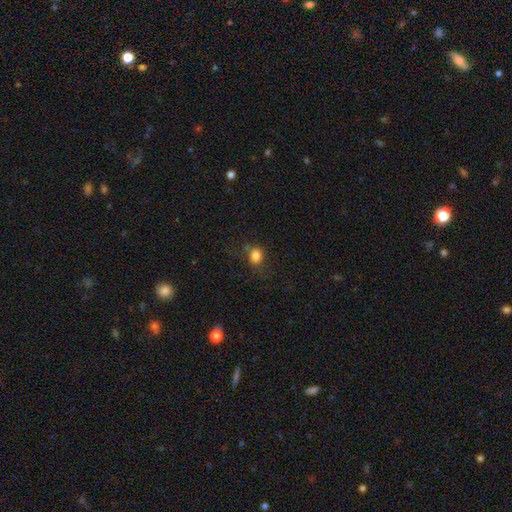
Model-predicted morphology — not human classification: The model was most divided on "how rounded": round: 56%, in between: 43%, cigar-shaped: 1%. More confident: smooth or featured — smooth (82%); merging — none (66%).